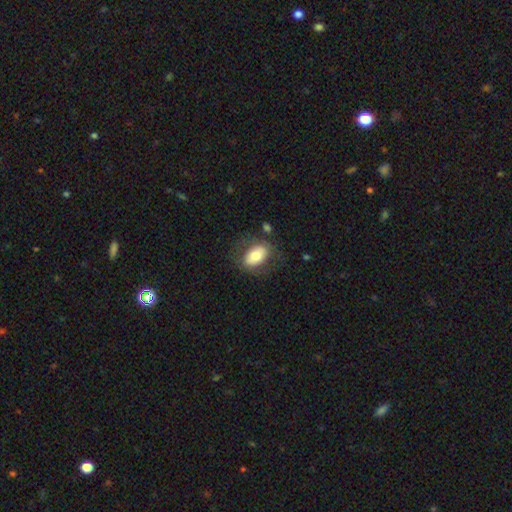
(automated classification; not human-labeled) smooth 70%, featured or disk 23%, star or artifact 7%. Down the decision tree: how rounded — in between (87%); merging — none (71%).